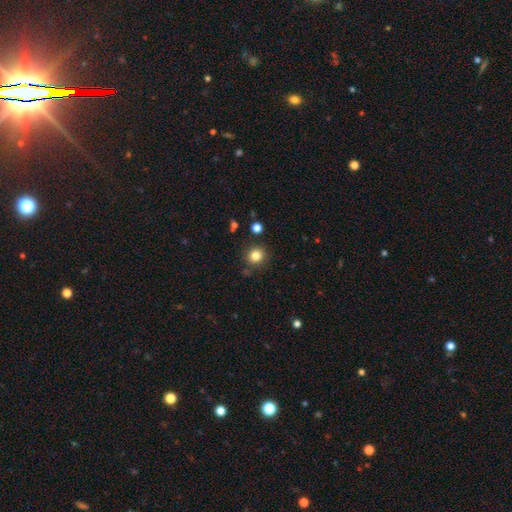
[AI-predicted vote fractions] A smooth galaxy with no disk features (82%) that is round (90%).

Vote fractions:
- Smooth or featured? smooth: 82% / star or artifact: 12% / featured or disk: 6%
- How rounded? round: 90% / in between: 9% / cigar-shaped: 1%
- Merging? none: 85% / minor disturbance: 8% / merger: 3% / major disturbance: 3%